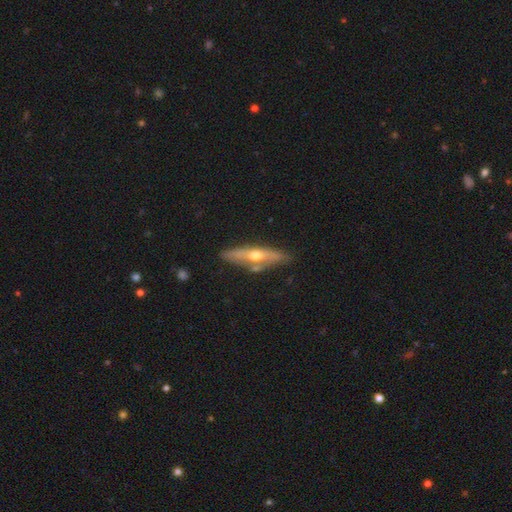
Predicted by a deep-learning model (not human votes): This appears to be a featured or disk galaxy (61%) viewed edge-on (81%). Merging: none (72%).